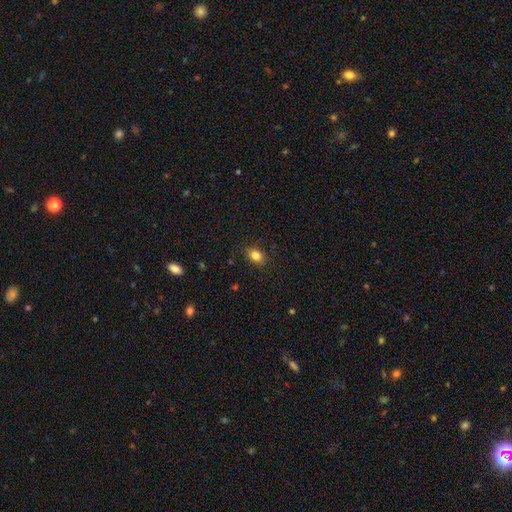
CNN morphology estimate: Smooth or featured?
  - smooth: 84% *
  - star or artifact: 10%
  - featured or disk: 6%
How rounded?
  - in between: 71% *
  - round: 28%
  - cigar-shaped: 1%
Merging?
  - none: 87% *
  - minor disturbance: 10%
  - major disturbance: 2%
  - merger: 1%